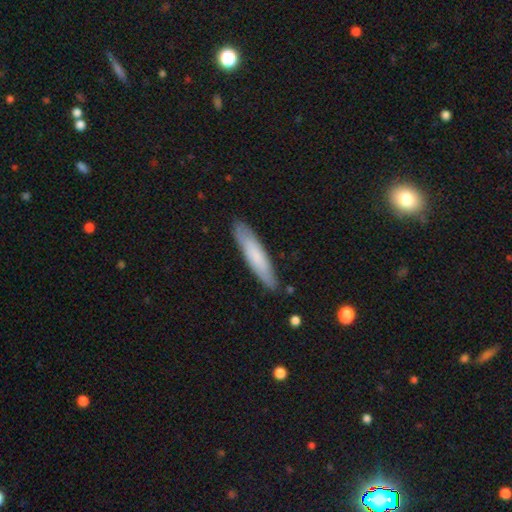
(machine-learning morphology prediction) smooth 70%, featured or disk 24%, star or artifact 6%. Down the decision tree: how rounded — cigar-shaped (84%); merging — none (86%).